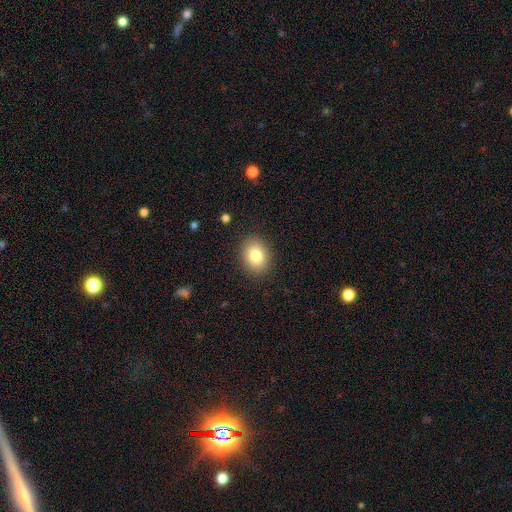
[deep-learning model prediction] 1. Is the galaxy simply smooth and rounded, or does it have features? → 82% smooth, 9% star or artifact, 9% featured or disk.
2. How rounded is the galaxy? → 54% in between, 45% round, 1% cigar-shaped.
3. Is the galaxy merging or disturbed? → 88% none, 8% minor disturbance, 2% major disturbance, 1% merger.